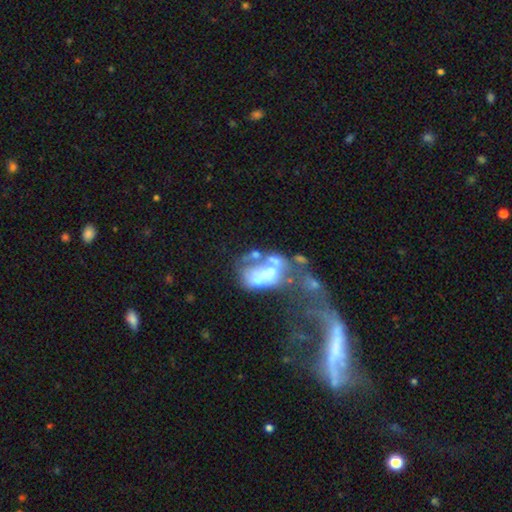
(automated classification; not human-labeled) smooth-or-featured: featured or disk: 58% | smooth: 28% | star or artifact: 14%
  disk-edge-on: no: 96% | yes: 4%
    bar: no: 80% | weak: 12% | strong: 8%
    has-spiral-arms: no: 82% | yes: 18%
    bulge-size: none: 37% | moderate: 26% | small: 16% | large: 16% | dominant: 5%
  merging: merger: 49% | major disturbance: 32% | none: 11% | minor disturbance: 8%